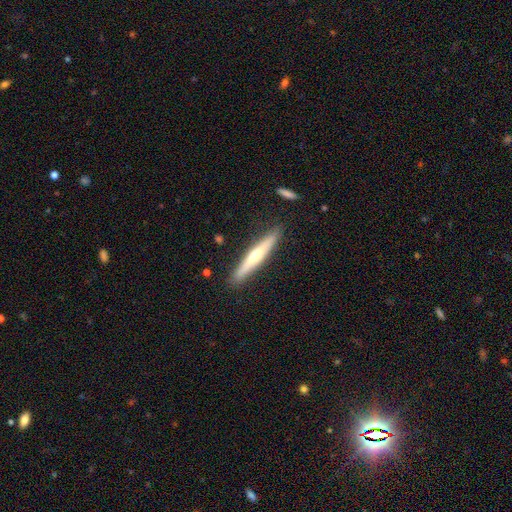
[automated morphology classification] Smooth or featured?
  - featured or disk: 58% *
  - smooth: 37%
  - star or artifact: 5%
Edge-on disk?
  - yes: 95% *
  - no: 5%
Edge-on bulge?
  - rounded: 83% *
  - none: 14%
  - boxy: 3%
Merging?
  - none: 89% *
  - minor disturbance: 8%
  - major disturbance: 2%
  - merger: 2%